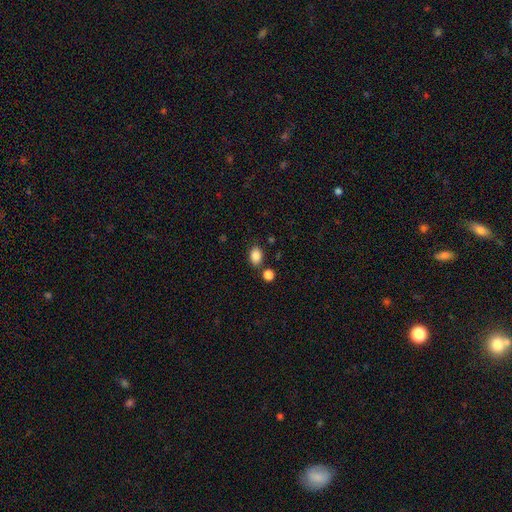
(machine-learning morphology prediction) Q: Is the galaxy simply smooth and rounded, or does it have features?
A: smooth — 86%.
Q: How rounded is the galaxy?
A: in between — 75%.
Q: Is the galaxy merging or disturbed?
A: none — 75%.